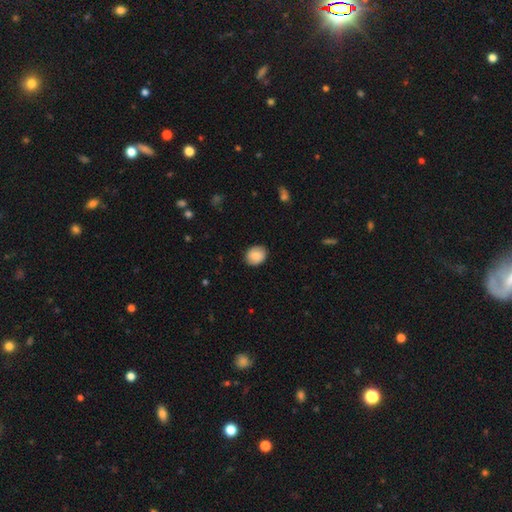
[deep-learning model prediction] Smooth or featured: smooth — 84% (featured or disk — 9%)
How rounded: round — 56% (in between — 43%)
Merging: none — 87% (minor disturbance — 10%)